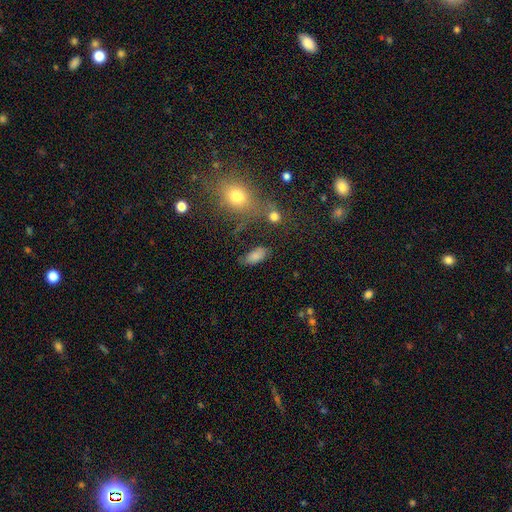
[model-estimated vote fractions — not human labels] Morphology: type=smooth (79%); roundness=in between (89%); merging=none (67%).